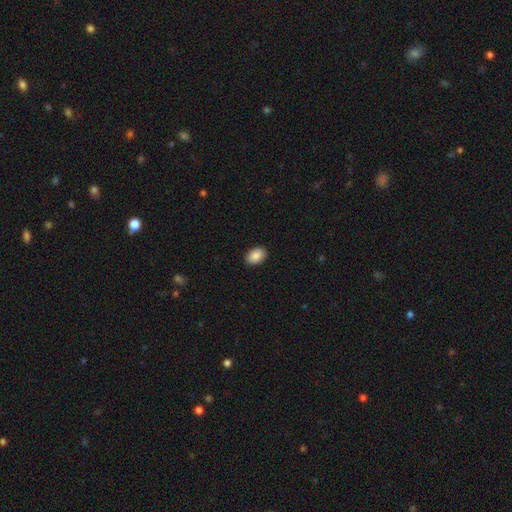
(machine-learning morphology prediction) type=smooth (89%); roundness=in between (85%); merging=none (90%).